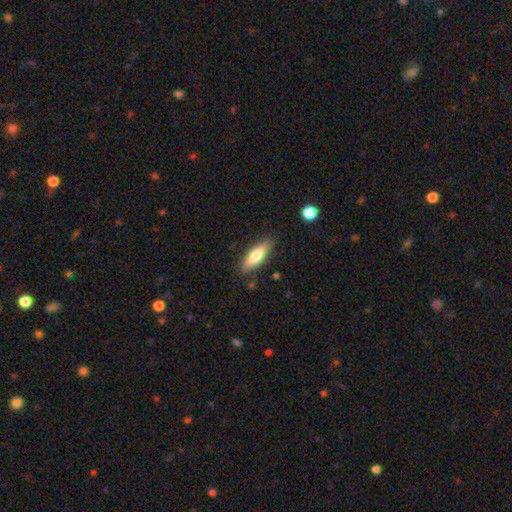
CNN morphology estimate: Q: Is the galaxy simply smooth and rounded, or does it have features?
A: smooth — 75%.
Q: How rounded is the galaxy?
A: in between — 54%.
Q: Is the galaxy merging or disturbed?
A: none — 85%.